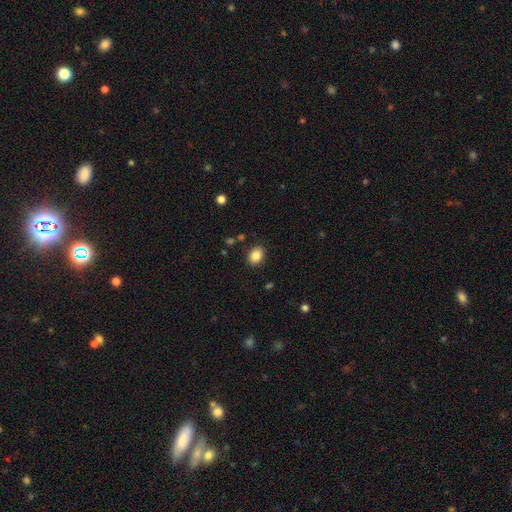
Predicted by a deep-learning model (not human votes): Smooth or featured? smooth (86%)
How rounded? in between (52%)
Merging? none (88%)